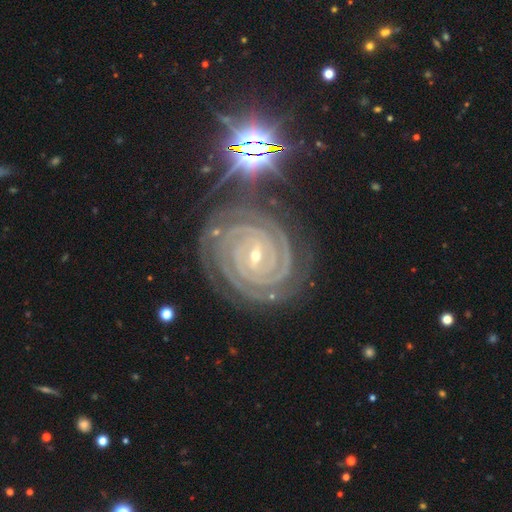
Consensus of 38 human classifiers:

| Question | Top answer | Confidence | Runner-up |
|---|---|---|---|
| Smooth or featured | featured or disk | 92% | star or artifact (8%) |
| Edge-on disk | no | 94% | yes (6%) |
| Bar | weak | 64% | strong (21%) |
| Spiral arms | yes | 97% | no (3%) |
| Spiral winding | tight | 97% | medium (3%) |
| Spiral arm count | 2 | 84% | 3 (9%) |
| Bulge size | small | 85% | moderate (15%) |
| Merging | none | 86% | minor disturbance (11%) |